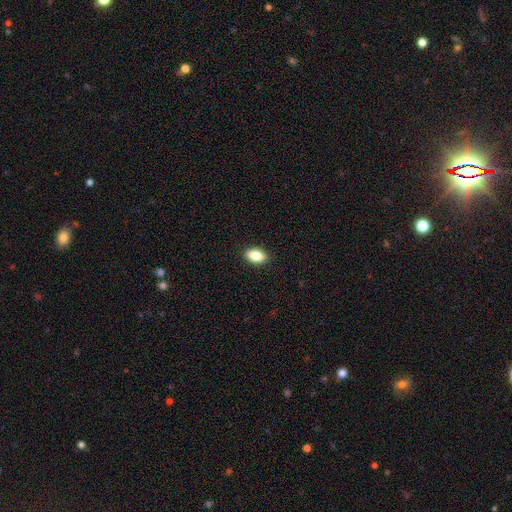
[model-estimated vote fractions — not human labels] Smooth or featured?
  - smooth: 85% *
  - star or artifact: 8%
  - featured or disk: 7%
How rounded?
  - in between: 90% *
  - round: 7%
  - cigar-shaped: 3%
Merging?
  - none: 90% *
  - minor disturbance: 7%
  - major disturbance: 2%
  - merger: 1%